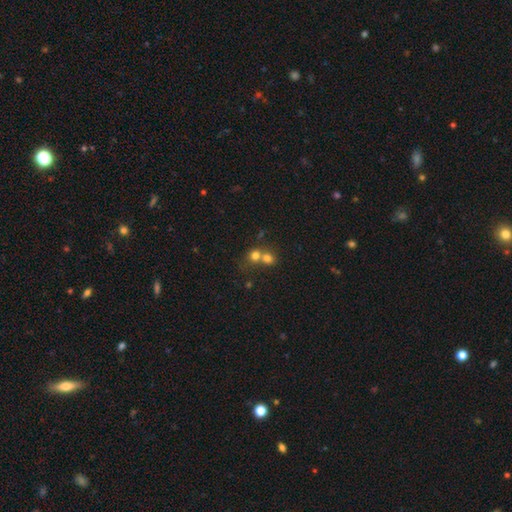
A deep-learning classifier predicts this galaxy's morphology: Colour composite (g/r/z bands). It shows a smooth galaxy with no disk features (74%) that is round (80%). Merging: merger (60%).